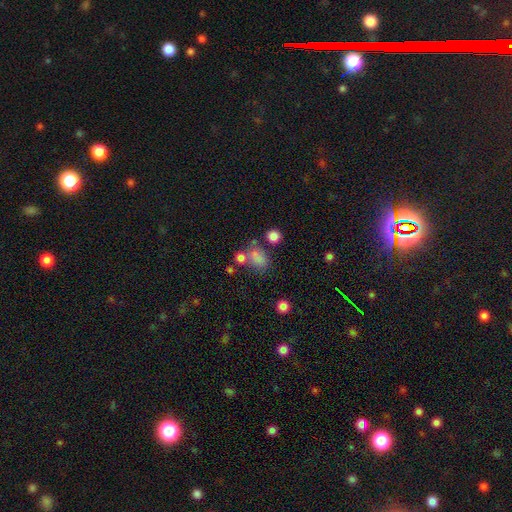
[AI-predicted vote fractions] A smooth galaxy with no disk features (72%) that is in between round and cigar-shaped (66%).

Vote fractions:
- Smooth or featured? smooth: 72% / star or artifact: 17% / featured or disk: 11%
- How rounded? in between: 66% / round: 32% / cigar-shaped: 2%
- Merging? none: 46% / merger: 24% / minor disturbance: 18% / major disturbance: 12%